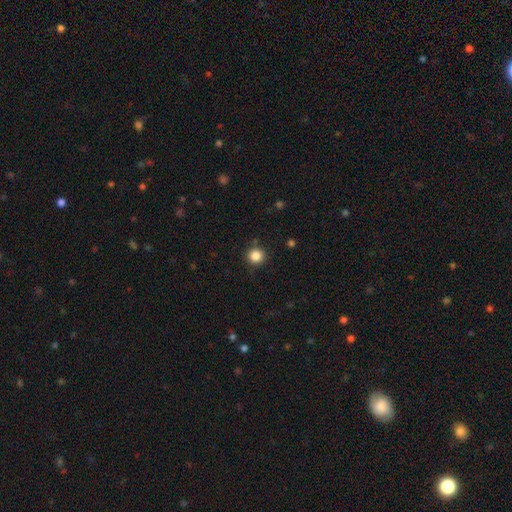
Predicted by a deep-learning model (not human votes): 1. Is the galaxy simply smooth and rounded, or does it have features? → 85% smooth, 11% star or artifact, 4% featured or disk.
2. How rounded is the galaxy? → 93% round, 6% in between, 1% cigar-shaped.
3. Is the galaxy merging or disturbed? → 88% none, 7% minor disturbance, 2% major disturbance, 2% merger.